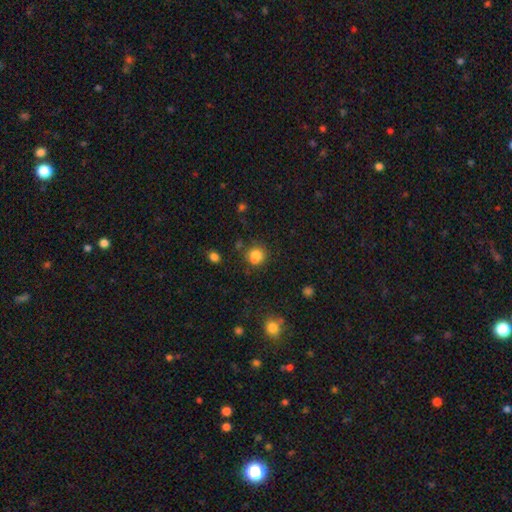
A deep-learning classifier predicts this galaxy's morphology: Smooth or featured? Predicted: smooth (p=0.82). How rounded? Predicted: round (p=0.79). Merging? Predicted: none (p=0.68).